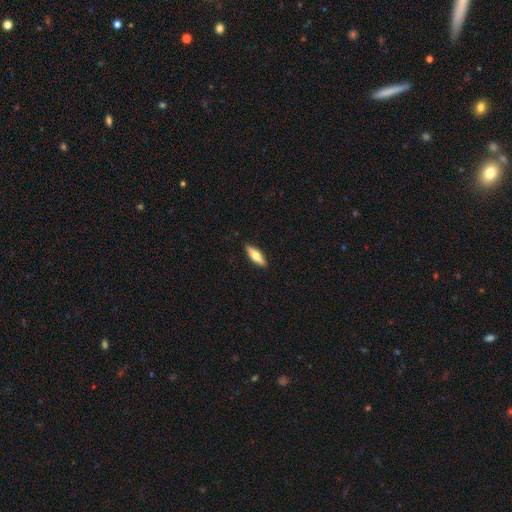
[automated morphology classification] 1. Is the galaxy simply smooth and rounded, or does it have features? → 58% smooth, 36% featured or disk, 6% star or artifact.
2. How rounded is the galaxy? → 56% cigar-shaped, 42% in between, 2% round.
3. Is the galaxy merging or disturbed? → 90% none, 7% minor disturbance, 2% major disturbance, 1% merger.